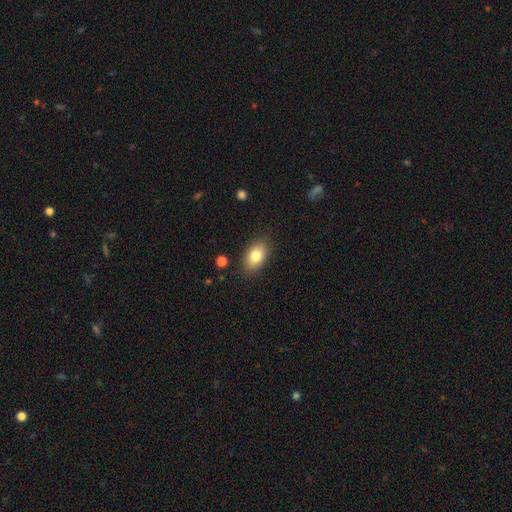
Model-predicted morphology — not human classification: The model was most divided on "smooth or featured": smooth: 81%, featured or disk: 11%, star or artifact: 8%. More confident: how rounded — in between (88%); merging — none (86%).